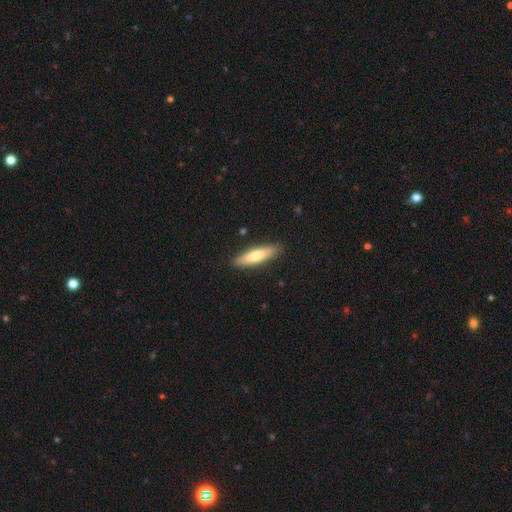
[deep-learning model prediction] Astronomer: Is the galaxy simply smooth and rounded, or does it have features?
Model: smooth — 68%.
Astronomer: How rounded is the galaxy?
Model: cigar-shaped — 72%.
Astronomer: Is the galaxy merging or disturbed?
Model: none — 89%.